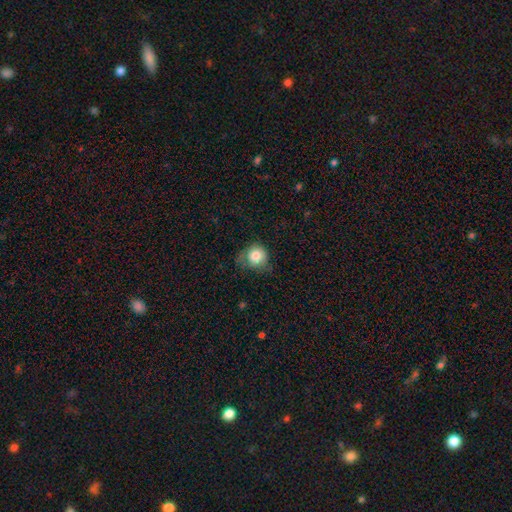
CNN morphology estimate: A smooth galaxy with no disk features (81%) that is round (83%).

Vote fractions:
- Smooth or featured? smooth: 81% / featured or disk: 10% / star or artifact: 9%
- How rounded? round: 83% / in between: 16% / cigar-shaped: 1%
- Merging? none: 50% / minor disturbance: 34% / major disturbance: 14% / merger: 2%